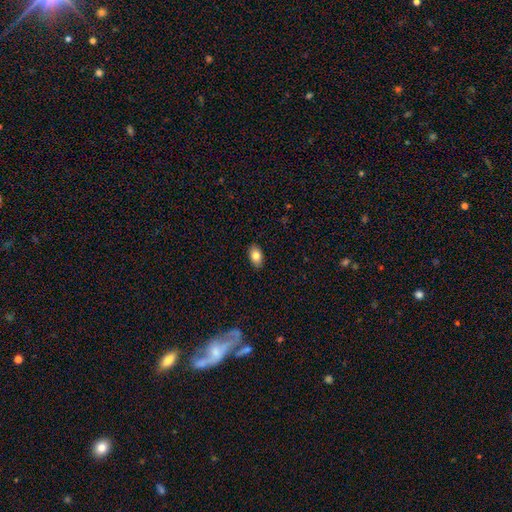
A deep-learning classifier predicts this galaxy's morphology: A smooth galaxy with no disk features (83%) that is in between round and cigar-shaped (90%).

Vote fractions:
- Smooth or featured? smooth: 83% / featured or disk: 9% / star or artifact: 8%
- How rounded? in between: 90% / round: 8% / cigar-shaped: 2%
- Merging? none: 89% / minor disturbance: 8% / major disturbance: 2% / merger: 1%